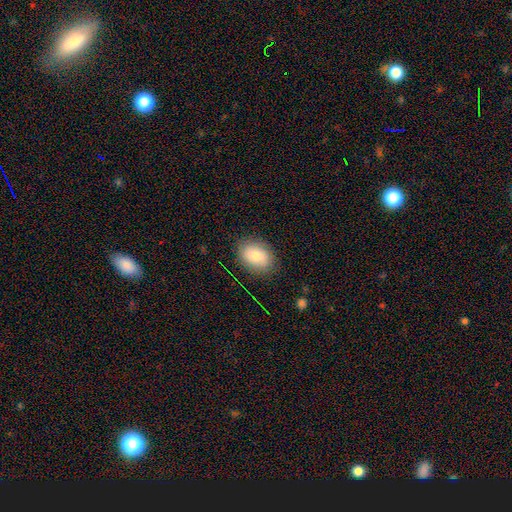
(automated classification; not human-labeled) This appears to be a smooth galaxy with no disk features (81%) that is in between round and cigar-shaped (73%). Merging: none (84%).